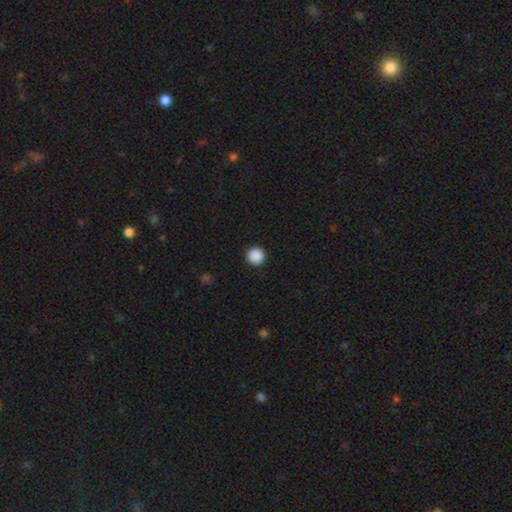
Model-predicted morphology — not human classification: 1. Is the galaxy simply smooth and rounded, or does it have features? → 89% smooth, 9% star or artifact, 2% featured or disk.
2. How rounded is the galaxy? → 96% round, 3% in between, 1% cigar-shaped.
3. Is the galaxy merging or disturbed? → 93% none, 4% minor disturbance, 2% major disturbance, 1% merger.